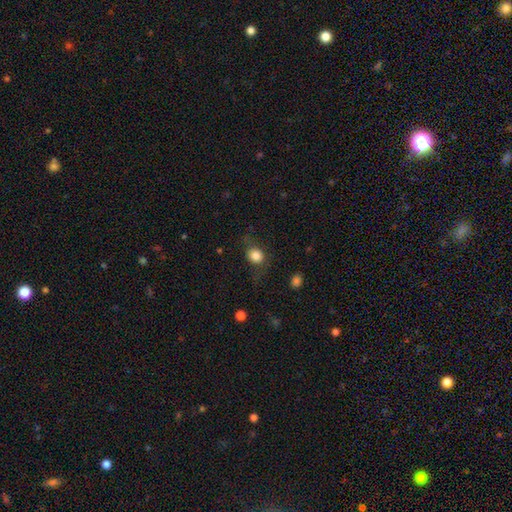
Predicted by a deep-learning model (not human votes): A smooth galaxy with no disk features (81%) that is round (73%).

Vote fractions:
- Smooth or featured? smooth: 81% / star or artifact: 9% / featured or disk: 9%
- How rounded? round: 73% / in between: 26% / cigar-shaped: 1%
- Merging? none: 67% / minor disturbance: 19% / major disturbance: 12% / merger: 2%